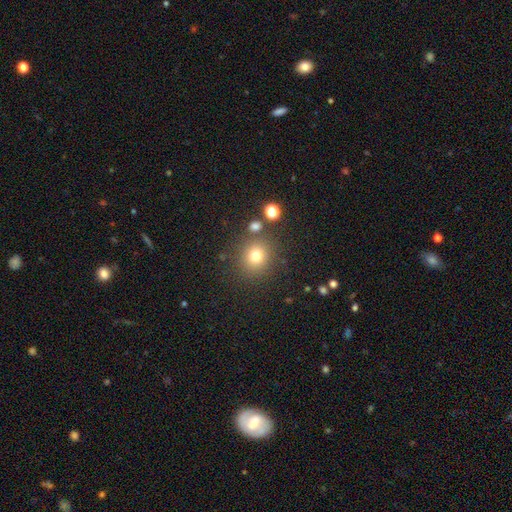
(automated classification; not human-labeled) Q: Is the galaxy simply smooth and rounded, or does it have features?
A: smooth — 75%.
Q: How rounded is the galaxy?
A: round — 86%.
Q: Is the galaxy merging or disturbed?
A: none — 81%.